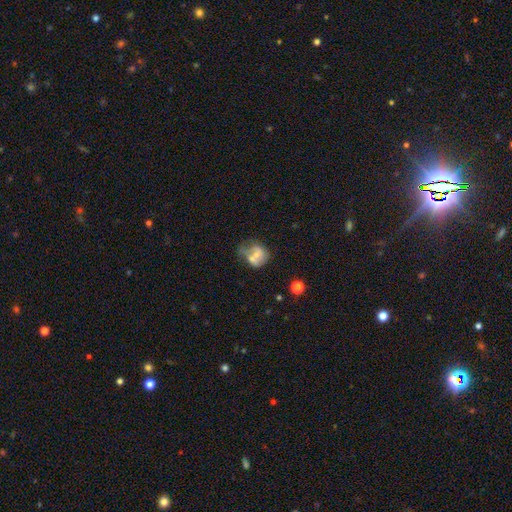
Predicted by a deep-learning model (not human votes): Smooth or featured?
  - smooth: 54% *
  - featured or disk: 36%
  - star or artifact: 10%
How rounded?
  - round: 57% *
  - in between: 42%
  - cigar-shaped: 1%
Merging?
  - merger: 42% *
  - none: 25%
  - minor disturbance: 18%
  - major disturbance: 15%